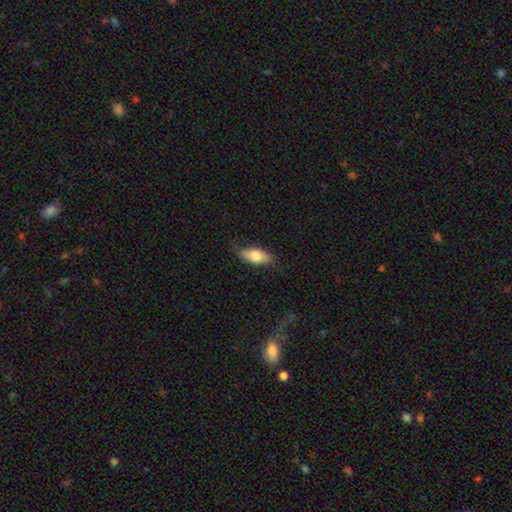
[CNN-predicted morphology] A smooth galaxy with no disk features (72%) that is in between round and cigar-shaped (83%). Merging: none (77%).